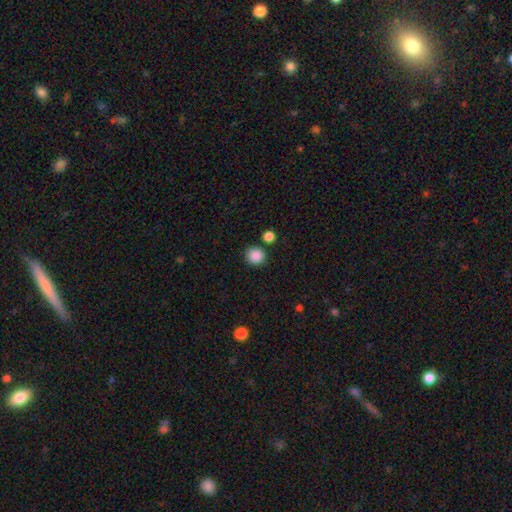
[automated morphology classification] Smooth or featured: smooth — 88% (star or artifact — 9%)
How rounded: round — 91% (in between — 8%)
Merging: none — 85% (minor disturbance — 7%)